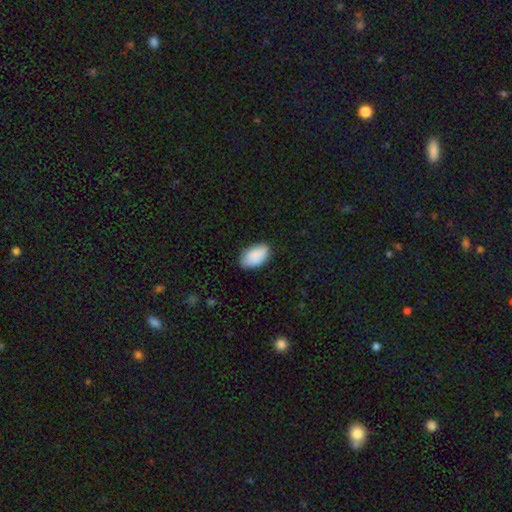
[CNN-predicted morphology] Smooth or featured: smooth — 88% (star or artifact — 6%)
How rounded: in between — 95% (round — 4%)
Merging: none — 81% (minor disturbance — 16%)